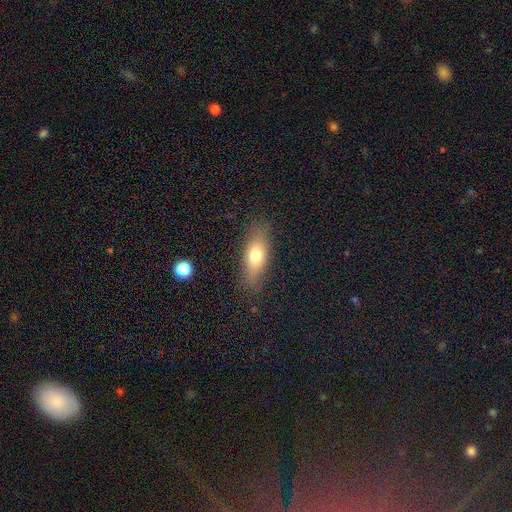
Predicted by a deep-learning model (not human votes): A smooth galaxy with no disk features (68%) that is in between round and cigar-shaped (68%). Merging: none (80%).